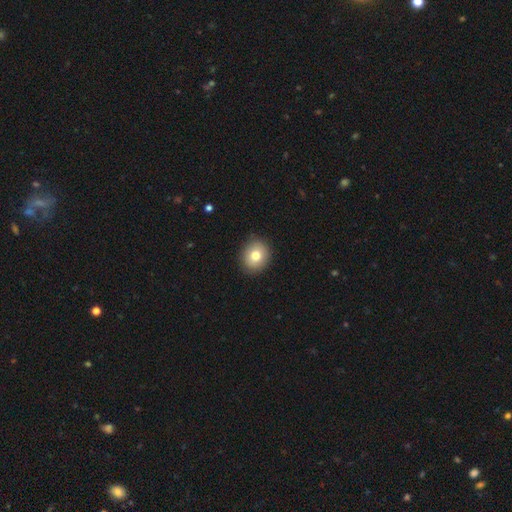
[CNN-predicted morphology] Smooth or featured? Predicted: smooth (p=0.78). How rounded? Predicted: round (p=0.72). Merging? Predicted: none (p=0.89).